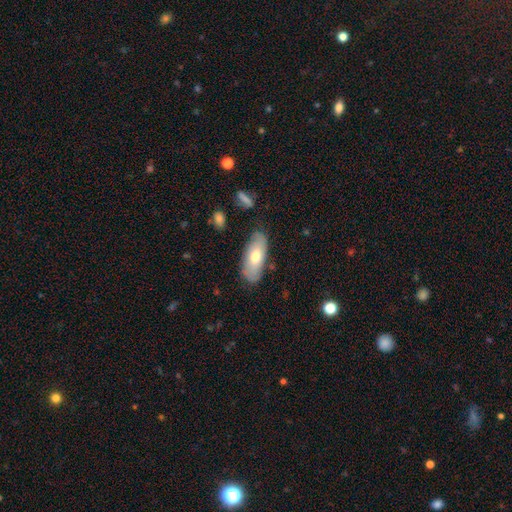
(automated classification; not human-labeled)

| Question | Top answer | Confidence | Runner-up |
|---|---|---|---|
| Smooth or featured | smooth | 64% | featured or disk (30%) |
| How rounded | in between | 83% | cigar-shaped (15%) |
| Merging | none | 79% | minor disturbance (16%) |